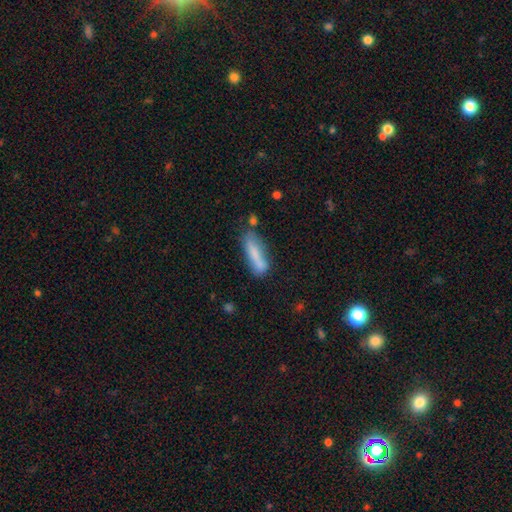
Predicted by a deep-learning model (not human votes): Q: Smooth or featured?
A: smooth (76%); runner-up: featured or disk (17%)
Q: How rounded?
A: cigar-shaped (66%); runner-up: in between (32%)
Q: Merging?
A: none (57%); runner-up: minor disturbance (23%)